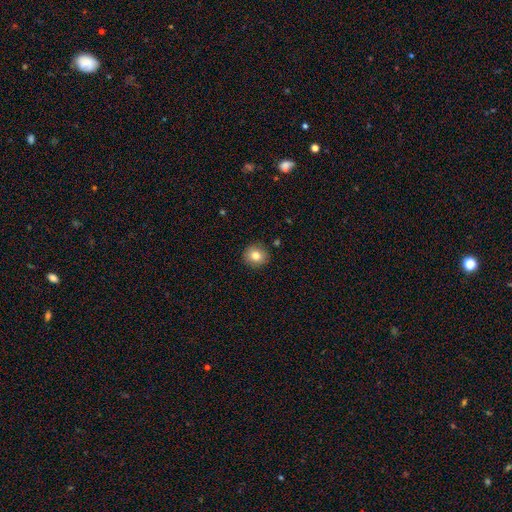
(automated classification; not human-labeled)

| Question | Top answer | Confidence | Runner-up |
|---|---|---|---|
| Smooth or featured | smooth | 80% | featured or disk (10%) |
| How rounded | round | 90% | in between (9%) |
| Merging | none | 90% | minor disturbance (7%) |